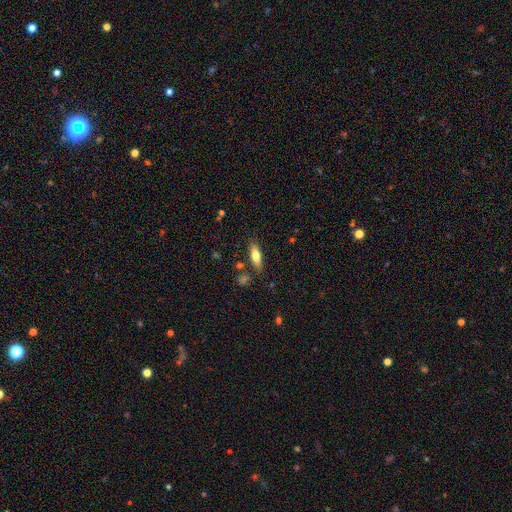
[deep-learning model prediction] Morphology: type=smooth (69%); roundness=in between (58%); merging=none (81%).